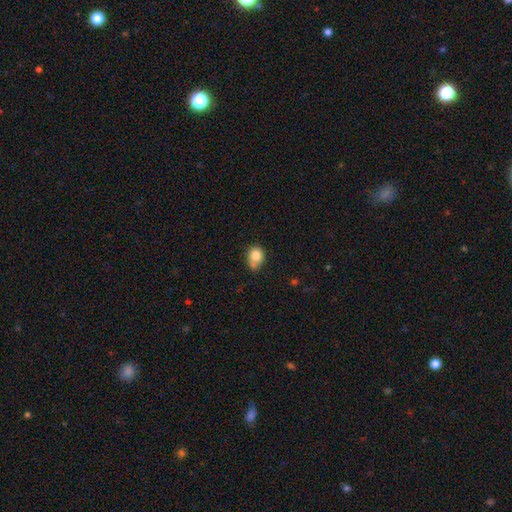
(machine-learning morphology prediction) Overall: smooth (80%). How rounded: round (54%; in between 45%). Merging: none (45%; minor disturbance 31%).